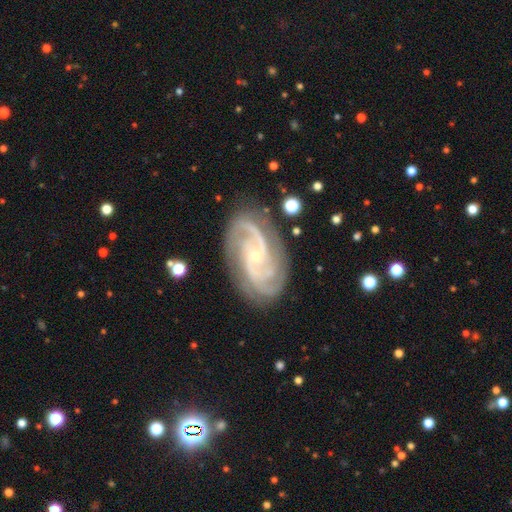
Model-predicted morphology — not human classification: The model was most divided on "spiral winding": medium: 45%, tight: 43%, loose: 11%. Remaining: spiral arms — yes (98%); edge-on disk — no (97%); smooth or featured — featured or disk (91%); bulge size — small (81%); merging — none (78%); bar — no (63%); spiral arm count — 2 (44%).